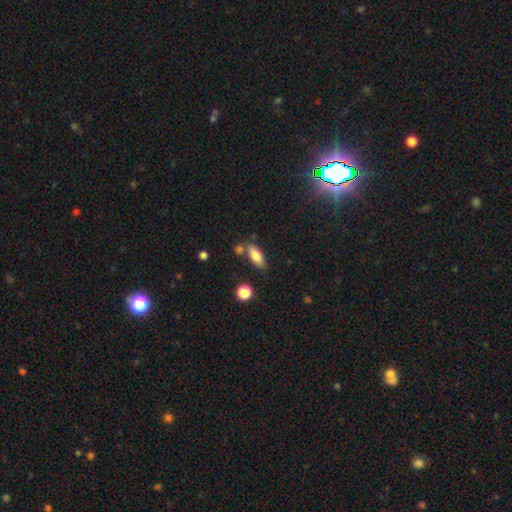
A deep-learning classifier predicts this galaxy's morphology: This is clearly a smooth galaxy (81%). How rounded: likely in between (75%). Merging: likely none (68%).